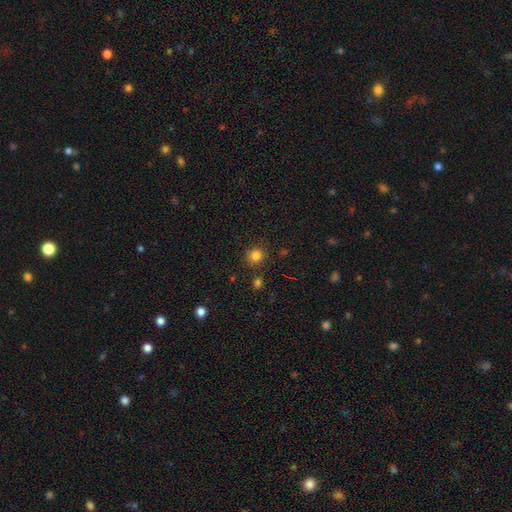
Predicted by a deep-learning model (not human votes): smooth-or-featured: smooth: 82% | star or artifact: 13% | featured or disk: 4%
  how-rounded: round: 88% | in between: 11% | cigar-shaped: 1%
  merging: none: 85% | minor disturbance: 8% | merger: 3% | major disturbance: 3%